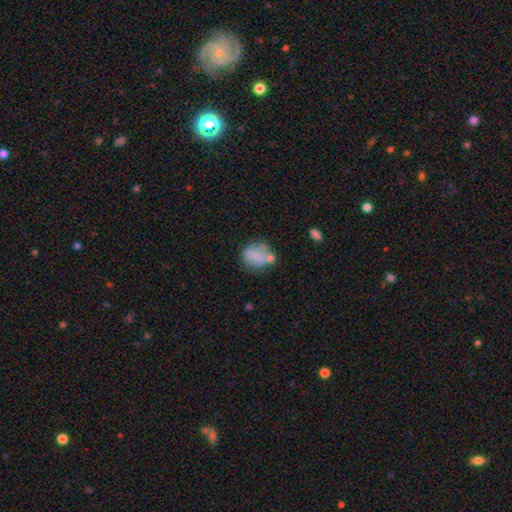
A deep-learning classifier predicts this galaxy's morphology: The model was most divided on "merging": none: 46%, minor disturbance: 22%, merger: 19%, major disturbance: 12%. More confident: smooth or featured — smooth (70%); how rounded — round (63%).